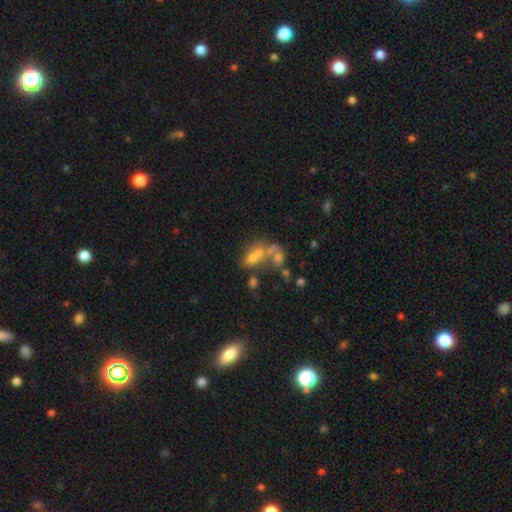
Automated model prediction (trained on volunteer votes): A smooth galaxy with no disk features (48%).

Vote fractions:
- Smooth or featured? smooth: 48% / featured or disk: 35% / star or artifact: 18%
- Merging? merger: 54% / none: 24% / major disturbance: 12% / minor disturbance: 10%